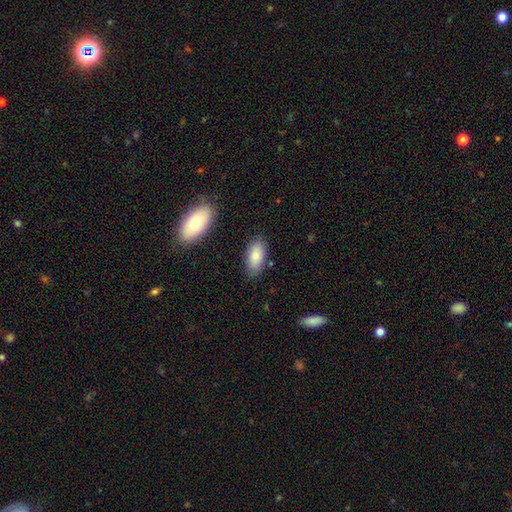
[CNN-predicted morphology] A smooth galaxy with no disk features (84%) that is in between round and cigar-shaped (90%). Merging: none (80%).